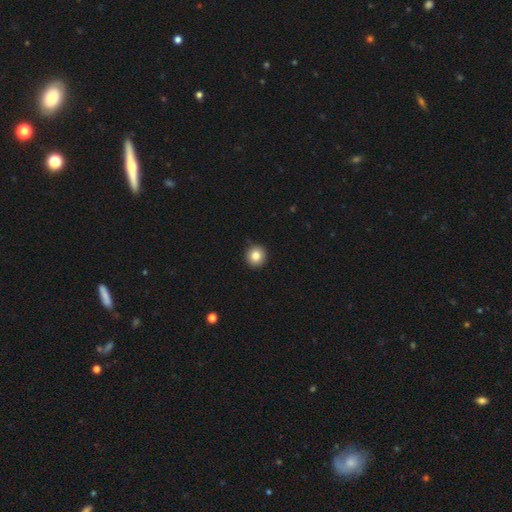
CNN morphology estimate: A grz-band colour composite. It shows a smooth galaxy with no disk features (83%) that is round (94%). Merging: none (92%).